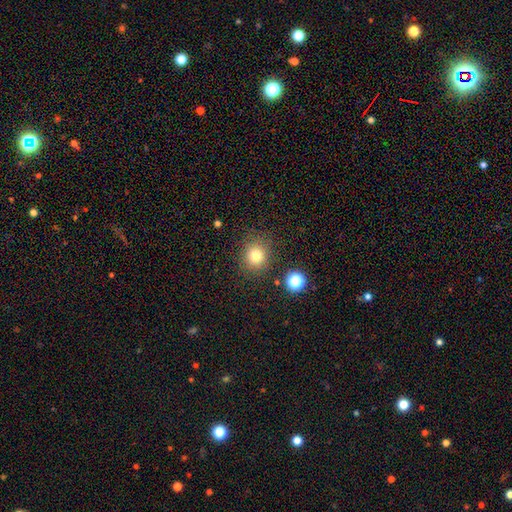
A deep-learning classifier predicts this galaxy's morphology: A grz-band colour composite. It shows a smooth galaxy with no disk features (78%) that is round (84%). Merging: none (85%).